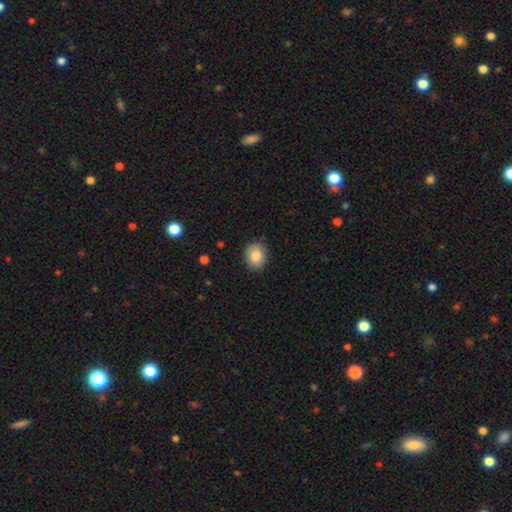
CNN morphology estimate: The model was most divided on "how rounded": round: 59%, in between: 40%, cigar-shaped: 1%. More confident: merging — none (88%); smooth or featured — smooth (85%).